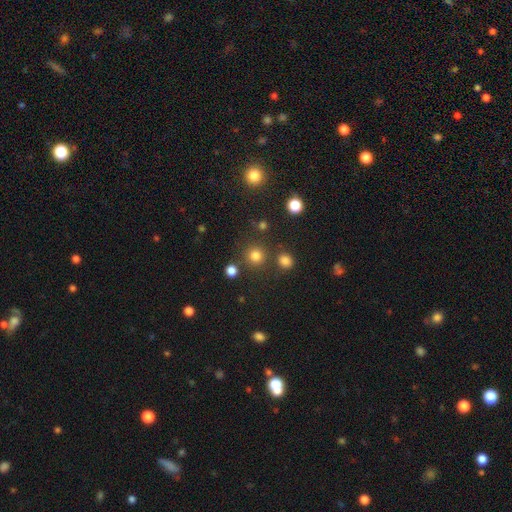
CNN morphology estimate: smooth_or_featured: smooth (p=0.78) [alt: star or artifact p=0.17]
how_rounded: round (p=0.93) [alt: in between p=0.06]
merging: none (p=0.83) [alt: merger p=0.07]